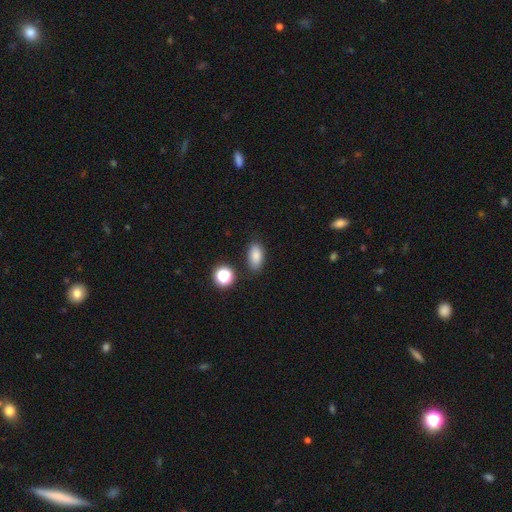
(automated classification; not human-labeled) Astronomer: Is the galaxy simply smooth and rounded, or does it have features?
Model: smooth — 84%.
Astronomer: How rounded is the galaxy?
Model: in between — 89%.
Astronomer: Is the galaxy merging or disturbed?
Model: none — 82%.